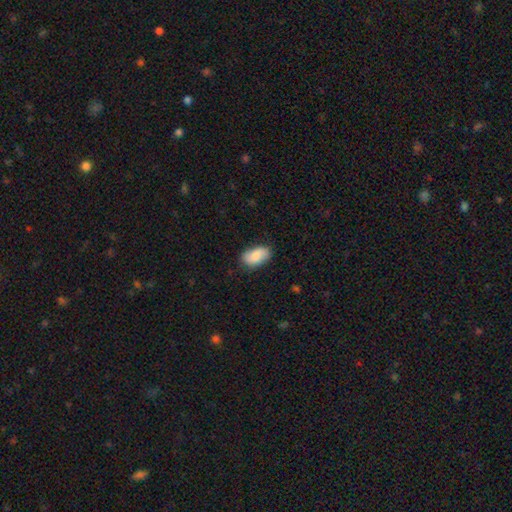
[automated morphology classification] smooth-or-featured: smooth: 78% | featured or disk: 16% | star or artifact: 6%
  how-rounded: in between: 93% | round: 5% | cigar-shaped: 2%
  merging: none: 80% | minor disturbance: 16% | major disturbance: 3% | merger: 1%